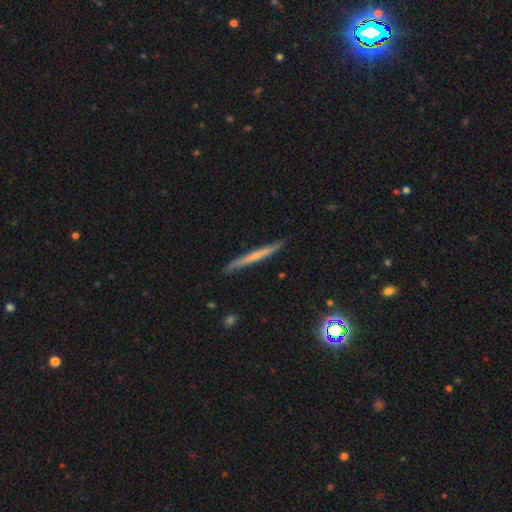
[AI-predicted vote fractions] The model was most divided on "smooth or featured": featured or disk: 50%, smooth: 43%, star or artifact: 7%. More confident: edge-on disk — yes (96%); merging — none (87%).